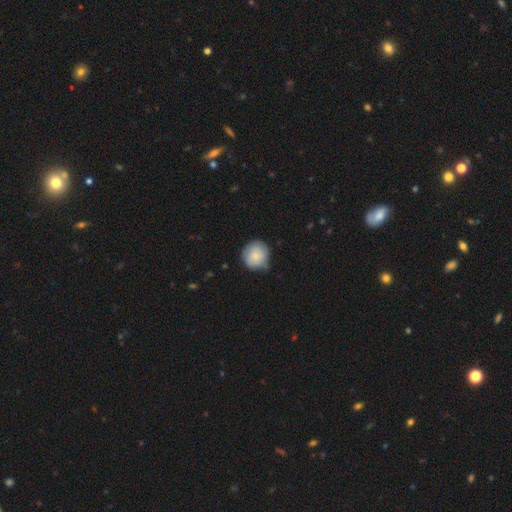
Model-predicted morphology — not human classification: Smooth or featured?
  - smooth: 84% *
  - featured or disk: 10%
  - star or artifact: 7%
How rounded?
  - round: 91% *
  - in between: 8%
  - cigar-shaped: 1%
Merging?
  - none: 75% *
  - minor disturbance: 20%
  - major disturbance: 3%
  - merger: 2%